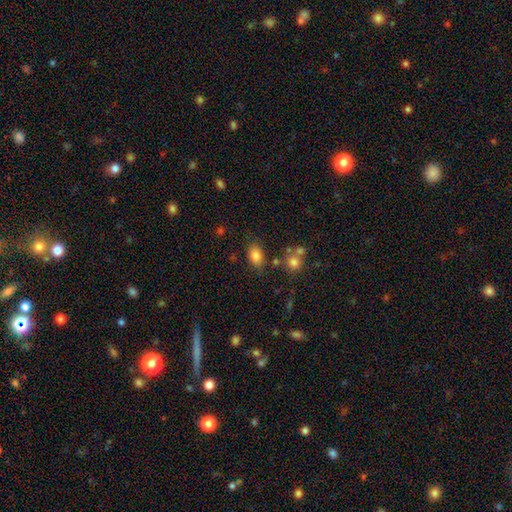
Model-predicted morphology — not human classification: Smooth or featured?
  - smooth: 82% *
  - star or artifact: 10%
  - featured or disk: 7%
How rounded?
  - in between: 82% *
  - round: 16%
  - cigar-shaped: 2%
Merging?
  - none: 75% *
  - minor disturbance: 15%
  - merger: 6%
  - major disturbance: 4%